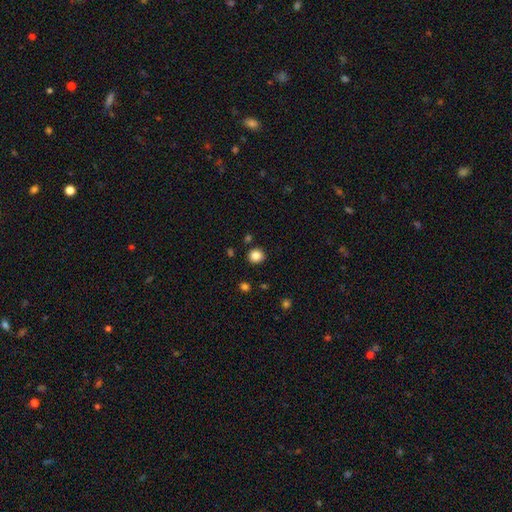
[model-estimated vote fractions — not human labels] Smooth or featured? Predicted: smooth (p=0.85). How rounded? Predicted: round (p=0.88). Merging? Predicted: none (p=0.89).